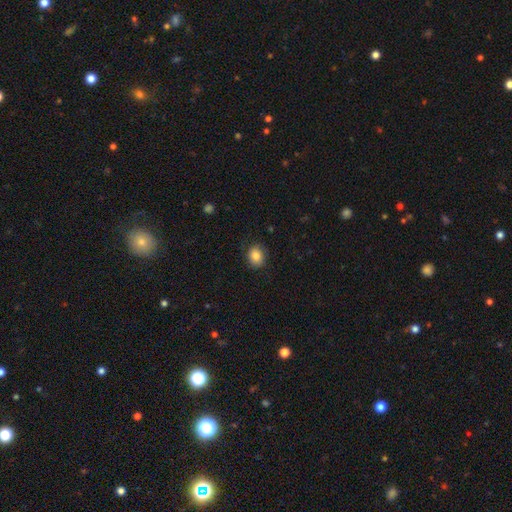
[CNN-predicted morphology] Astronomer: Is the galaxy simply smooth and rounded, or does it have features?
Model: smooth — 84%.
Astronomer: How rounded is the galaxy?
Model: round — 61% (runner-up: in between, 39%).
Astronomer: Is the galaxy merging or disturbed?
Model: none — 84%.